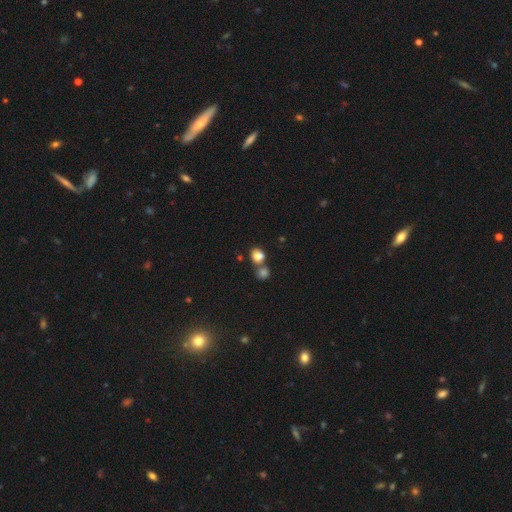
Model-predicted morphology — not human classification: type=smooth (59%); roundness=round (71%); merging=none (63%).